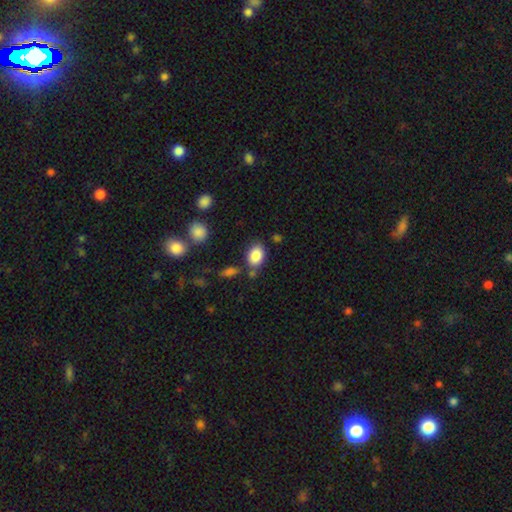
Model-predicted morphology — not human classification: smooth 87%, star or artifact 8%, featured or disk 5%. Down the decision tree: how rounded — in between (79%); merging — none (73%).